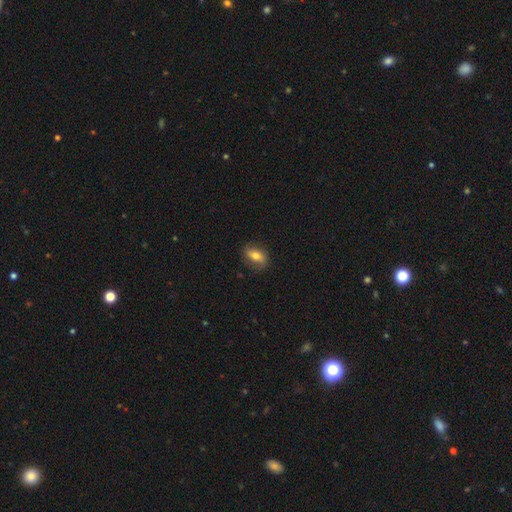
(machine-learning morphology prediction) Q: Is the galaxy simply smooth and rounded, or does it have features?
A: smooth — 63%.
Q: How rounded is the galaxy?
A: in between — 77%.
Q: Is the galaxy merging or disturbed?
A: none — 78%.